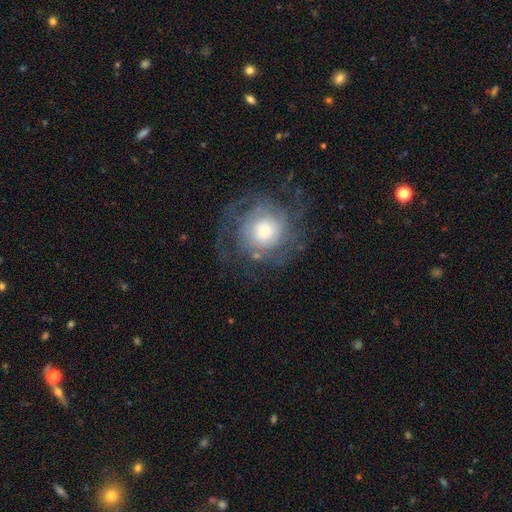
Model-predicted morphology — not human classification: This is likely a featured or disk galaxy (68%). It is clearly not viewed edge-on (97%). Bar: likely no (77%). Spiral arm pattern: clearly yes (89%). Spiral arm count: marginally can't tell (38%). Spiral winding: likely tight (66%). Central bulge: possibly moderate (49%). Merging: likely none (79%).